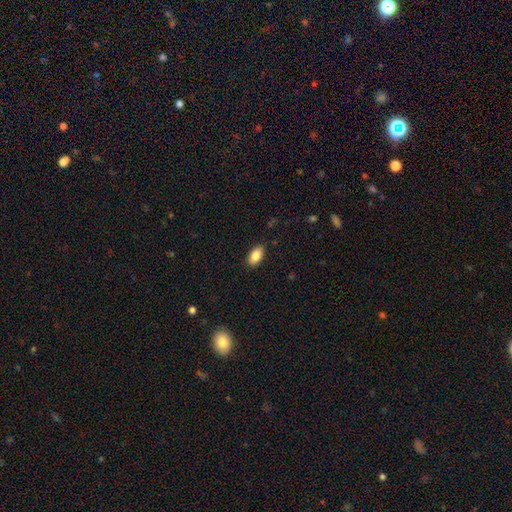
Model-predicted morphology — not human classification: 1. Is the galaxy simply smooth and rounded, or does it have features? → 84% smooth, 8% featured or disk, 7% star or artifact.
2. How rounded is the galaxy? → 93% in between, 5% round, 3% cigar-shaped.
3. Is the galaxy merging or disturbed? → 87% none, 10% minor disturbance, 2% major disturbance, 1% merger.